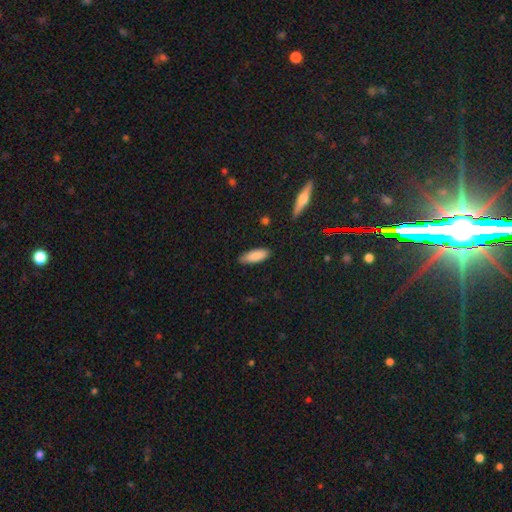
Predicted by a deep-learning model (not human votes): Smooth or featured?
  - smooth: 87% *
  - featured or disk: 6%
  - star or artifact: 6%
How rounded?
  - in between: 68% *
  - cigar-shaped: 30%
  - round: 2%
Merging?
  - none: 85% *
  - minor disturbance: 12%
  - major disturbance: 2%
  - merger: 1%